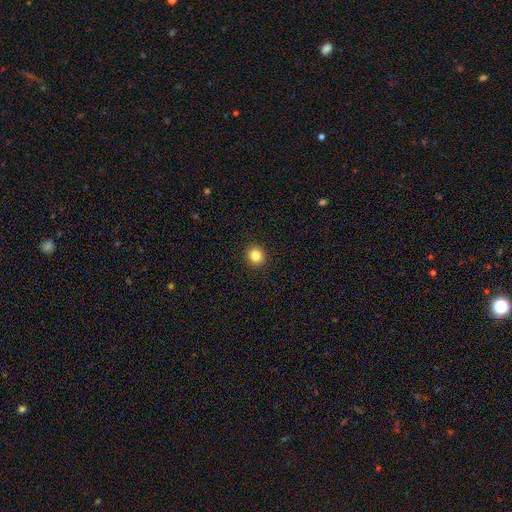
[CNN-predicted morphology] Overall: smooth (84%). How rounded: round (90%). Merging: none (93%).